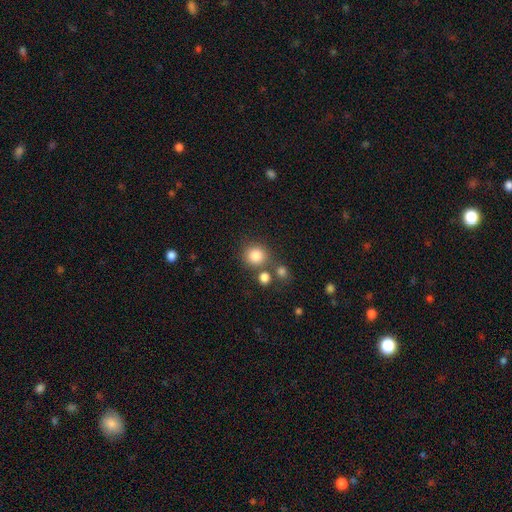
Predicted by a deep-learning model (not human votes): This is clearly a smooth galaxy (84%). How rounded: clearly round (89%). Merging: likely none (70%).